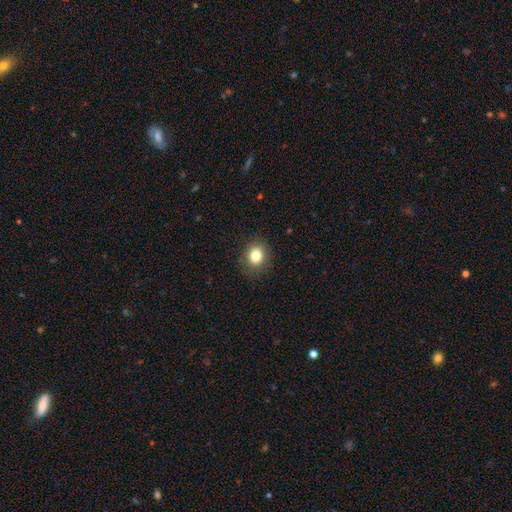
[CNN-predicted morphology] The model was most divided on "how rounded": round: 65%, in between: 35%, cigar-shaped: 1%. More confident: merging — none (85%); smooth or featured — smooth (81%).